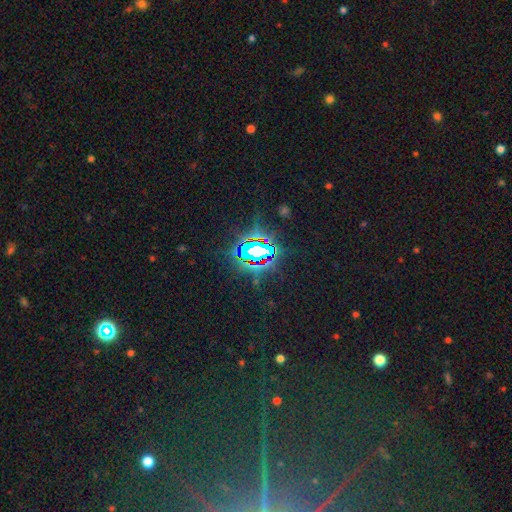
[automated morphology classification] smooth_or_featured: star or artifact (p=0.79) [alt: featured or disk p=0.11]